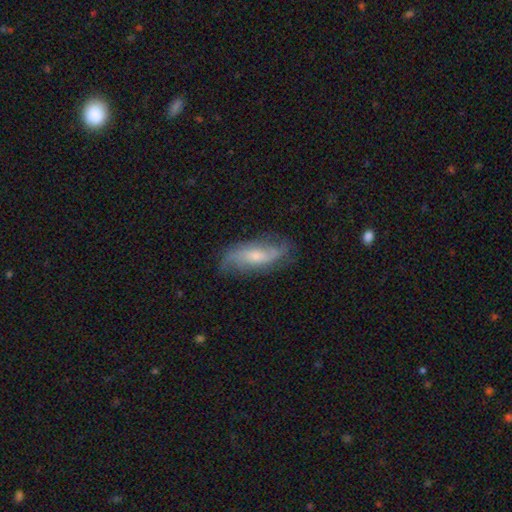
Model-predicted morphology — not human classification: Smooth or featured?
  - featured or disk: 66% *
  - smooth: 27%
  - star or artifact: 7%
Edge-on disk?
  - no: 85% *
  - yes: 15%
Bar?
  - no: 54% *
  - weak: 36%
  - strong: 10%
Spiral arms?
  - yes: 90% *
  - no: 10%
Spiral winding?
  - loose: 47% *
  - medium: 36%
  - tight: 18%
Spiral arm count?
  - 2: 67% *
  - can't tell: 19%
  - 3: 6%
  - 1: 4%
  - 4: 2%
  - more than 4: 2%
Bulge size?
  - small: 45% *
  - moderate: 44%
  - none: 5%
  - large: 4%
  - dominant: 1%
Merging?
  - none: 70% *
  - minor disturbance: 21%
  - major disturbance: 8%
  - merger: 1%